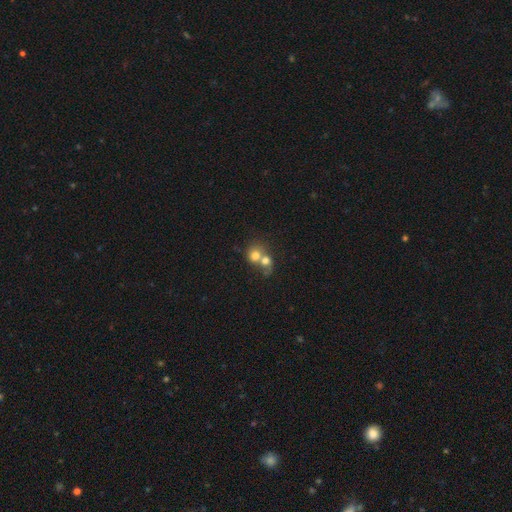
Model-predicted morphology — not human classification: smooth_or_featured: smooth (p=0.72) [alt: featured or disk p=0.18]
how_rounded: round (p=0.74) [alt: in between p=0.25]
merging: merger (p=0.70) [alt: none p=0.21]